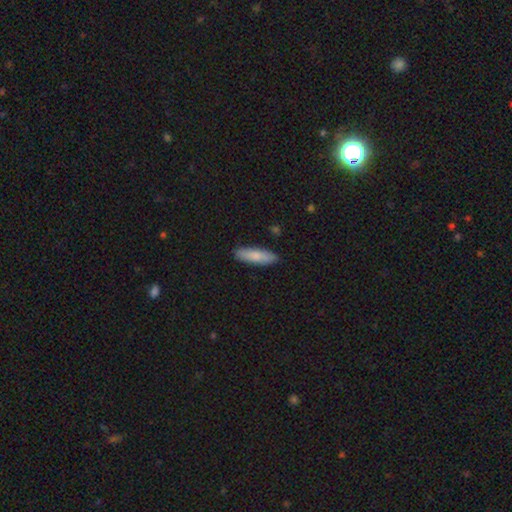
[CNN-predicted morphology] Smooth or featured? Predicted: smooth (p=0.82). How rounded? Predicted: cigar-shaped (p=0.58). Merging? Predicted: none (p=0.89).